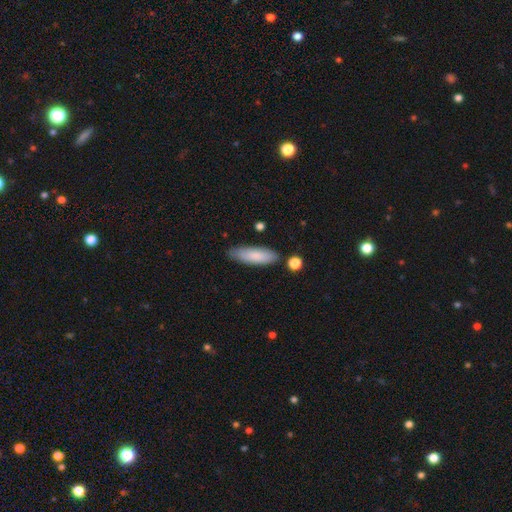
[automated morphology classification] type=smooth (83%); roundness=cigar-shaped (50%); merging=none (79%).